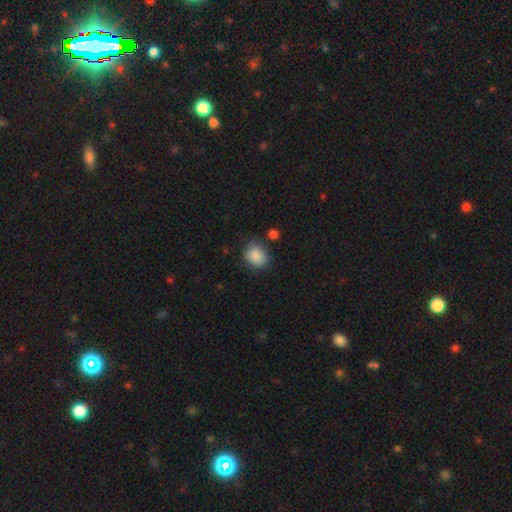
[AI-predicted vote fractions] smooth_or_featured: smooth (p=0.88) [alt: star or artifact p=0.08]
how_rounded: round (p=0.54) [alt: in between p=0.45]
merging: none (p=0.74) [alt: minor disturbance p=0.18]